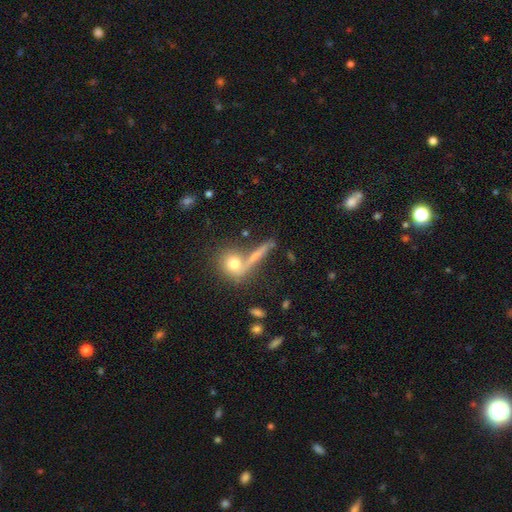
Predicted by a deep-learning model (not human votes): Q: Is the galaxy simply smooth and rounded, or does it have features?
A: smooth — 58%.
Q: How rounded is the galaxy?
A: cigar-shaped — 54%.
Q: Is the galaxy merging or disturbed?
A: none — 62%.